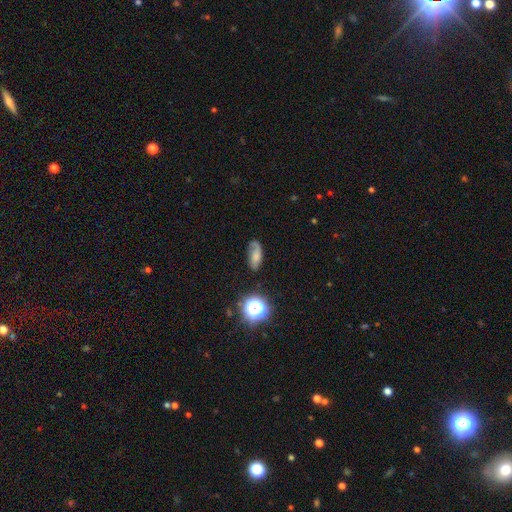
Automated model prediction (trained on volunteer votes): Q: Smooth or featured?
A: smooth (48%); runner-up: featured or disk (38%)
Q: Merging?
A: none (52%); runner-up: minor disturbance (28%)